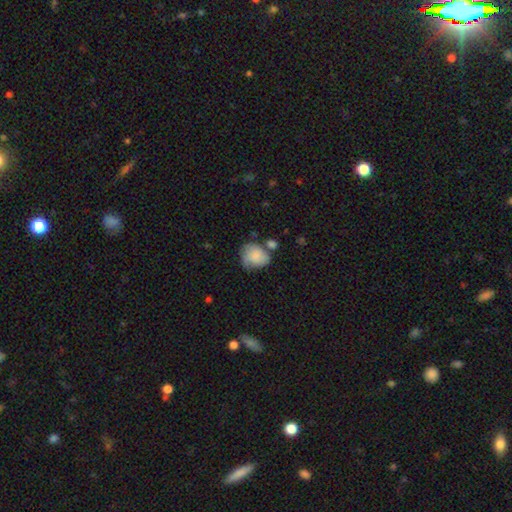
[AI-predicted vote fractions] smooth 69%, featured or disk 23%, star or artifact 8%. Down the decision tree: how rounded — round (58%); merging — none (39%).